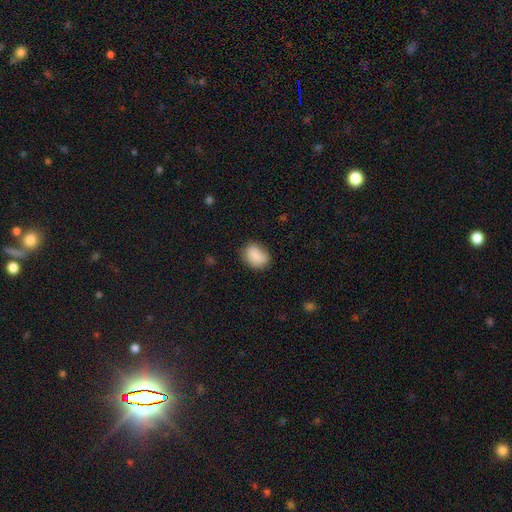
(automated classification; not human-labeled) This is clearly a smooth galaxy (87%). How rounded: likely in between (68%). Merging: likely none (75%).